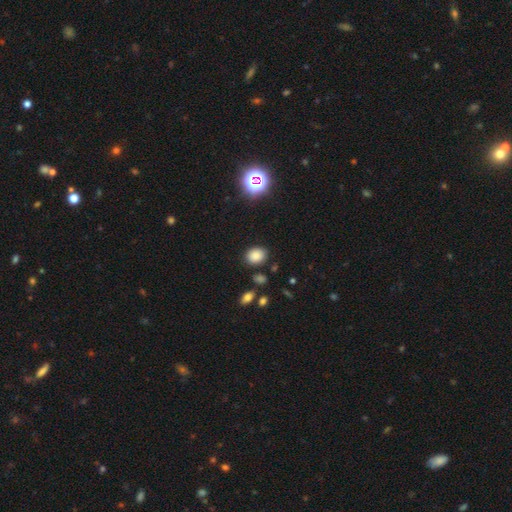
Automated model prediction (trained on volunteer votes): smooth-or-featured: smooth: 81% | star or artifact: 14% | featured or disk: 6%
  how-rounded: in between: 53% | round: 46% | cigar-shaped: 1%
  merging: none: 84% | minor disturbance: 10% | merger: 3% | major disturbance: 3%